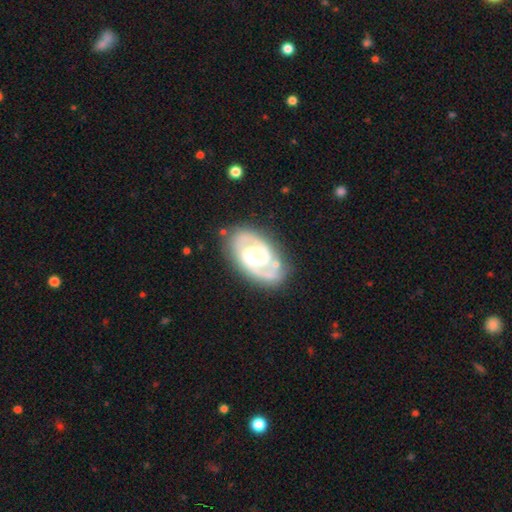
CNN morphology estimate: This appears to be a featured or disk galaxy (88%) with a weak bar (43%), 2 (91%) medium (47%) spiral arms (96%) and a moderate central bulge (61%). Merging: none (81%).